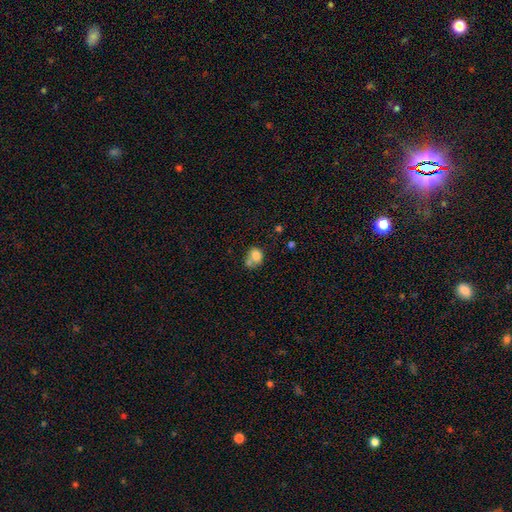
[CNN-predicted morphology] A smooth galaxy with no disk features (78%) that is in between round and cigar-shaped (51%).

Vote fractions:
- Smooth or featured? smooth: 78% / featured or disk: 12% / star or artifact: 10%
- How rounded? in between: 51% / round: 48% / cigar-shaped: 1%
- Merging? merger: 43% / none: 33% / minor disturbance: 16% / major disturbance: 8%